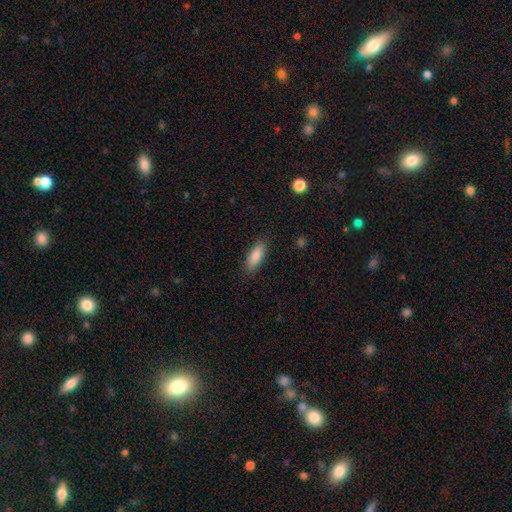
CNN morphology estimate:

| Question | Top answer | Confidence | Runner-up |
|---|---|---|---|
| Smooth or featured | smooth | 88% | star or artifact (6%) |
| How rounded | in between | 66% | cigar-shaped (32%) |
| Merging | none | 86% | minor disturbance (10%) |